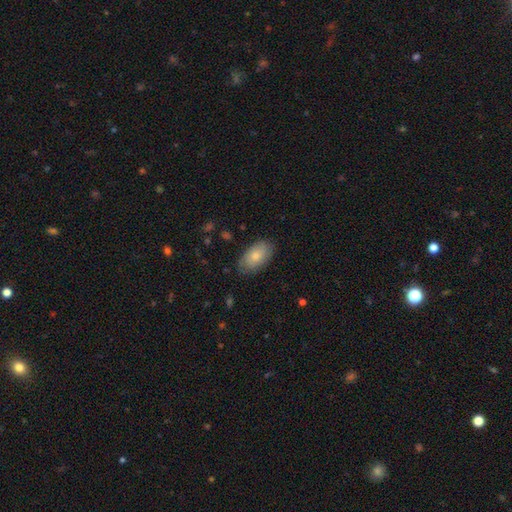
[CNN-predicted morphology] A smooth galaxy with no disk features (79%) that is in between round and cigar-shaped (94%).

Vote fractions:
- Smooth or featured? smooth: 79% / featured or disk: 15% / star or artifact: 6%
- How rounded? in between: 94% / round: 4% / cigar-shaped: 2%
- Merging? none: 80% / minor disturbance: 16% / major disturbance: 3% / merger: 1%